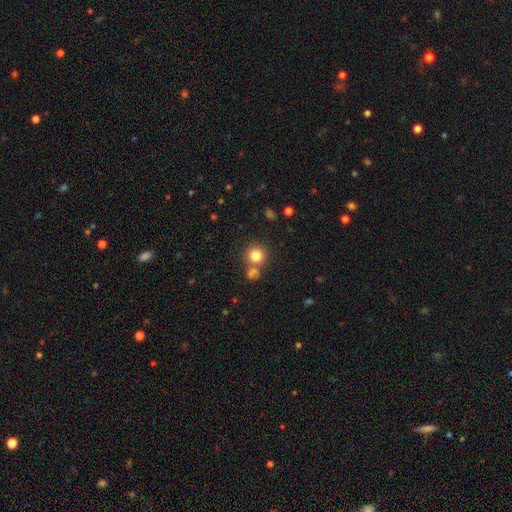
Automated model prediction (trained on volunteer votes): Smooth or featured?
  - smooth: 81% *
  - star or artifact: 12%
  - featured or disk: 7%
How rounded?
  - round: 90% *
  - in between: 9%
  - cigar-shaped: 1%
Merging?
  - none: 69% *
  - merger: 19%
  - minor disturbance: 9%
  - major disturbance: 4%